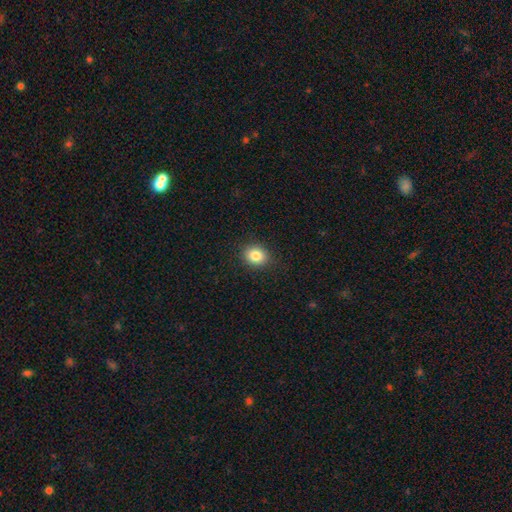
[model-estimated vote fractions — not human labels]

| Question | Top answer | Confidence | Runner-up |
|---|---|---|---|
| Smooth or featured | smooth | 84% | star or artifact (10%) |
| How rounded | round | 61% | in between (39%) |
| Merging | none | 89% | minor disturbance (8%) |